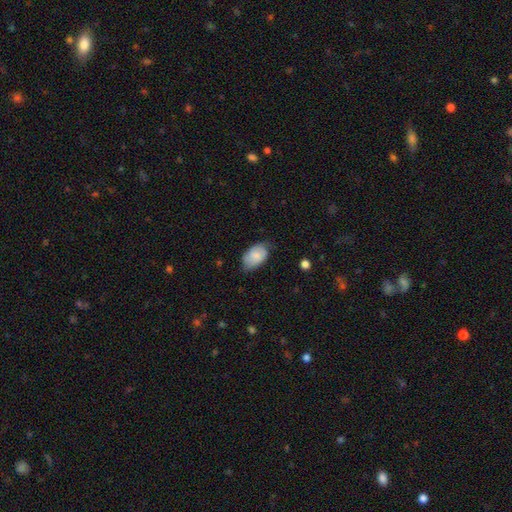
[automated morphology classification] smooth_or_featured: smooth (p=0.76) [alt: featured or disk p=0.17]
how_rounded: in between (p=0.91) [alt: round p=0.07]
merging: none (p=0.60) [alt: minor disturbance p=0.32]